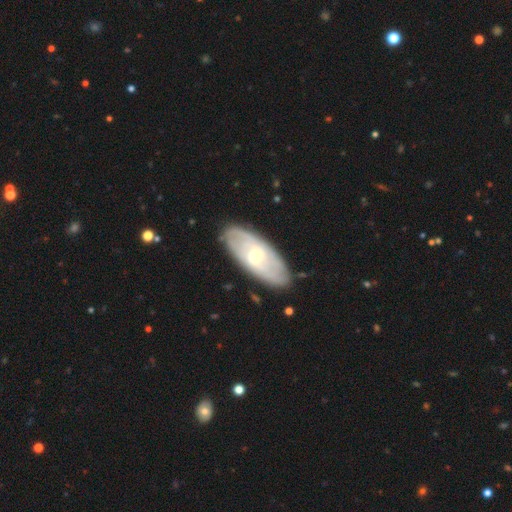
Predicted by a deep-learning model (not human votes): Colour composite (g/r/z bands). It shows a featured or disk galaxy (60%) with a weak bar (47%), spiral arms (64%) and a moderate central bulge (57%). Merging: none (84%).